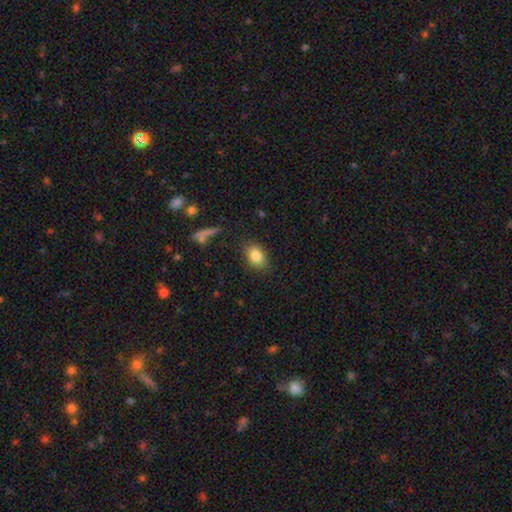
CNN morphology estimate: A smooth galaxy with no disk features (83%) that is in between round and cigar-shaped (77%). Merging: none (83%).